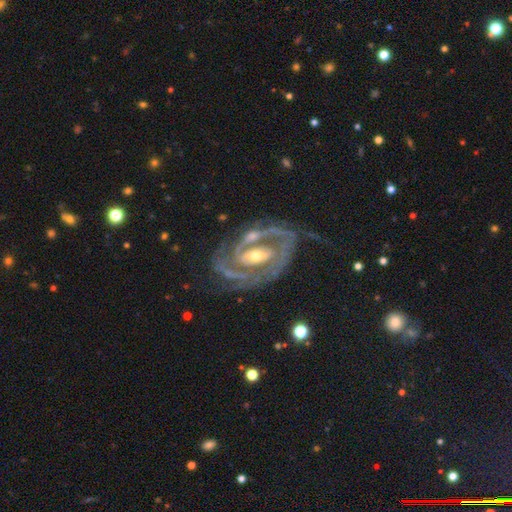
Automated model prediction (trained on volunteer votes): Morphology: type=featured or disk (89%); edge-on=no (96%); bar=no (42%); spiral arms=yes (92%); winding=tight (59%); arm count=2 (50%); bulge=moderate (55%); merging=none (59%).